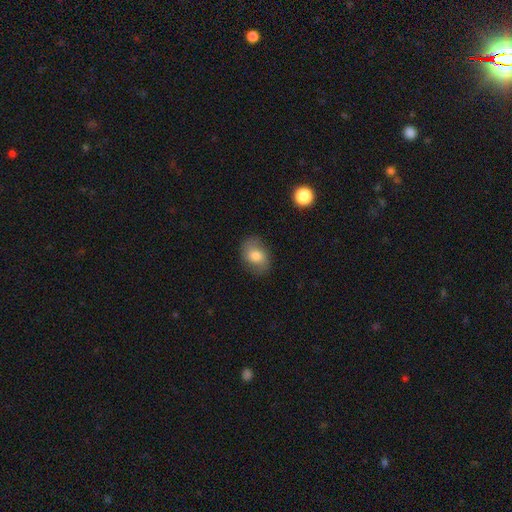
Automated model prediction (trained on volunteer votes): A smooth galaxy with no disk features (68%) that is in between round and cigar-shaped (67%).

Vote fractions:
- Smooth or featured? smooth: 68% / featured or disk: 24% / star or artifact: 9%
- How rounded? in between: 67% / round: 32% / cigar-shaped: 1%
- Merging? none: 78% / minor disturbance: 16% / major disturbance: 5% / merger: 1%